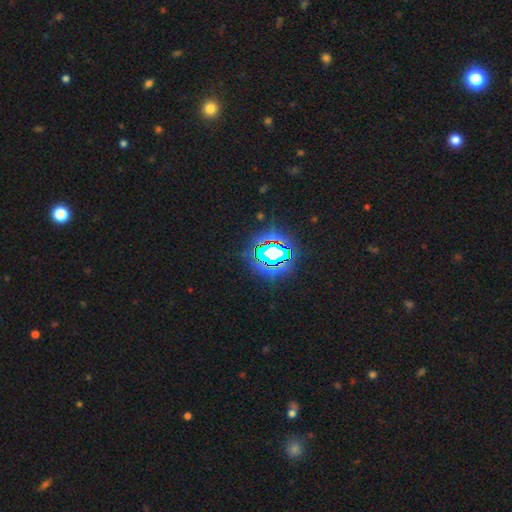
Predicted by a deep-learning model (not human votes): Smooth or featured? Predicted: star or artifact (p=0.82).